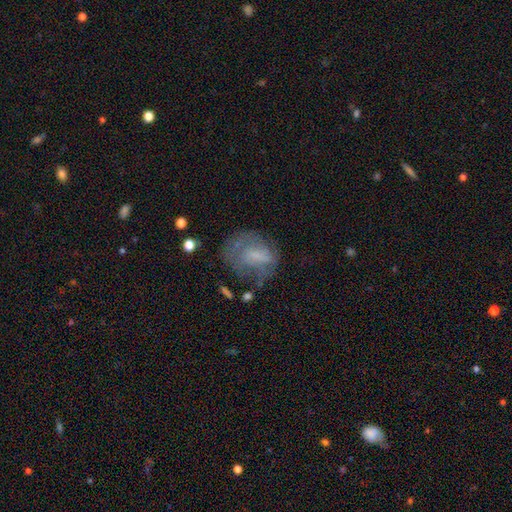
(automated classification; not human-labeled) smooth-or-featured: smooth: 47% | featured or disk: 42% | star or artifact: 12%
  merging: none: 42% | major disturbance: 29% | minor disturbance: 25% | merger: 4%